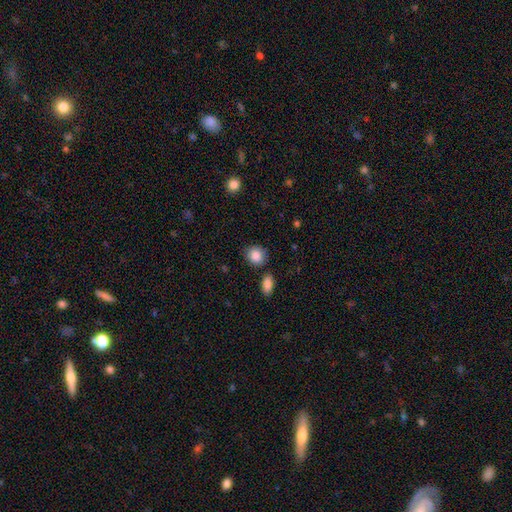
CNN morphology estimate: type=smooth (87%); roundness=round (76%); merging=none (82%).